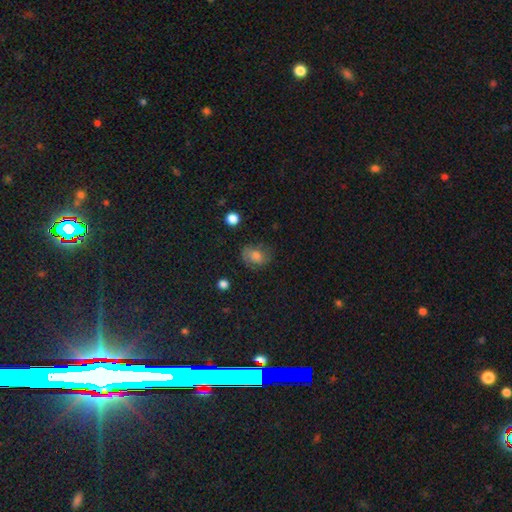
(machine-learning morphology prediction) smooth 62%, featured or disk 23%, star or artifact 16%. Down the decision tree: how rounded — in between (52%); merging — none (61%).